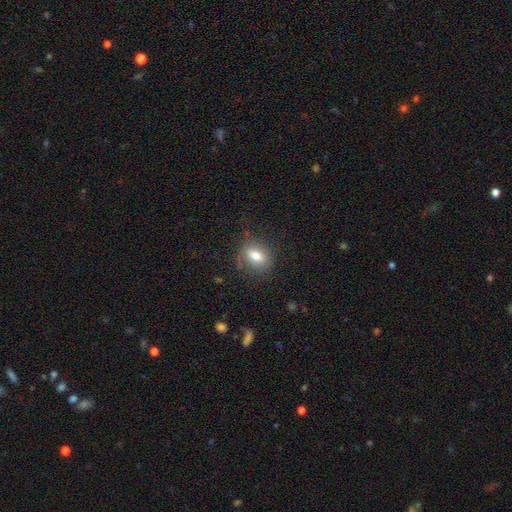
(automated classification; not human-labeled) The model was most divided on "how rounded": in between: 69%, round: 29%, cigar-shaped: 3%. More confident: smooth or featured — smooth (79%); merging — none (74%).